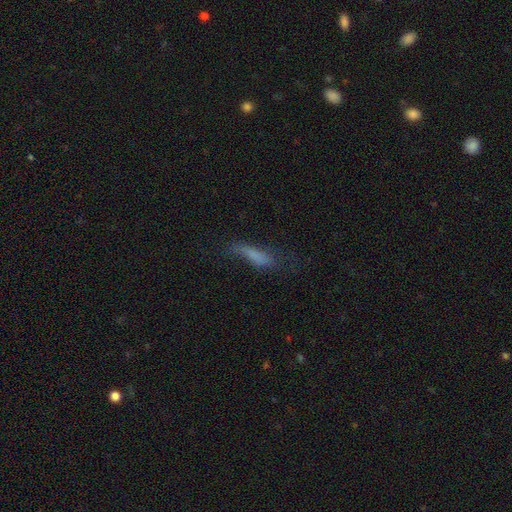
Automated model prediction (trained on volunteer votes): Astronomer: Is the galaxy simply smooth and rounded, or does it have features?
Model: smooth — 64%.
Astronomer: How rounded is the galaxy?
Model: cigar-shaped — 72%.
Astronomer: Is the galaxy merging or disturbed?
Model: none — 45% (runner-up: minor disturbance, 29%).